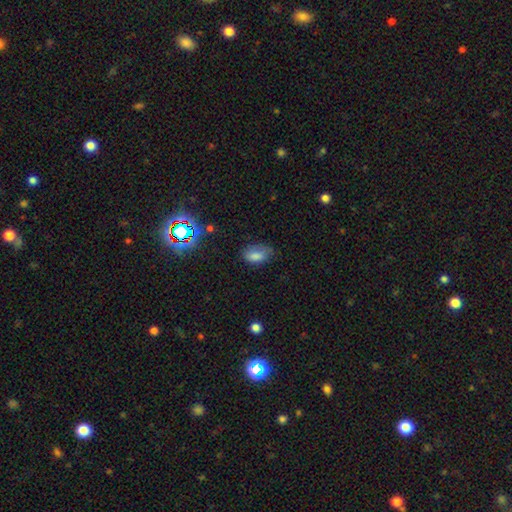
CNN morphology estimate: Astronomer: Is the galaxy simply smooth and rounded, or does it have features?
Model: smooth — 78%.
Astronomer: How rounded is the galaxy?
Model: in between — 90%.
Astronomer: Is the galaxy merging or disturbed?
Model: none — 57%.